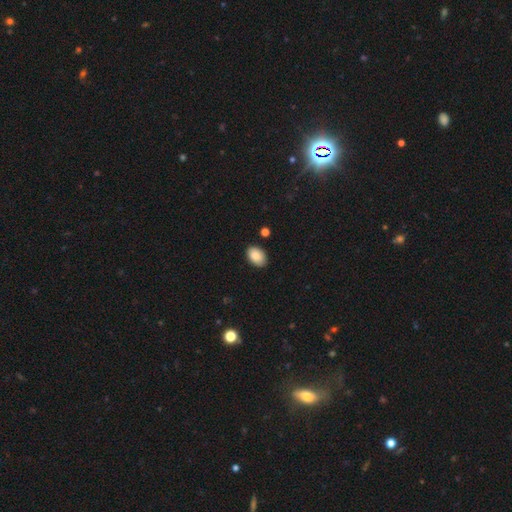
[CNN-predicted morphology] Smooth or featured: smooth — 88% (star or artifact — 7%)
How rounded: in between — 87% (round — 12%)
Merging: none — 84% (minor disturbance — 12%)